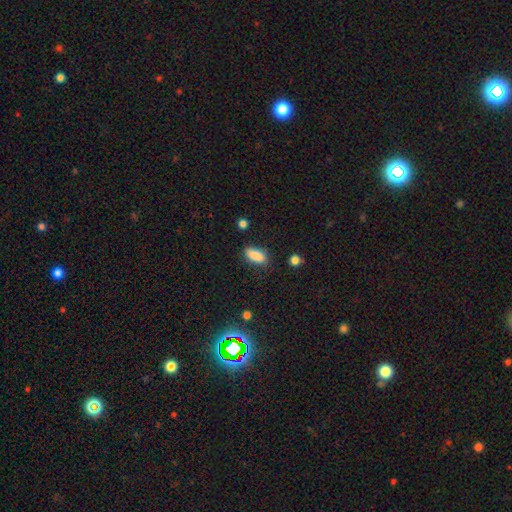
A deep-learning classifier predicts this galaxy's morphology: Smooth or featured? smooth (86%)
How rounded? in between (85%)
Merging? none (77%)